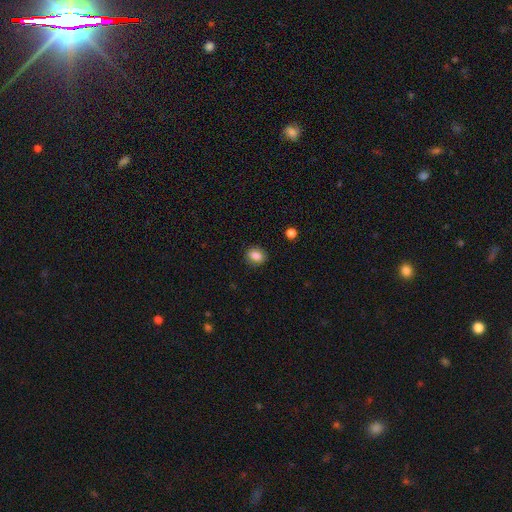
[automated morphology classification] This appears to be a smooth galaxy with no disk features (85%) that is round (51%). Merging: none (88%).